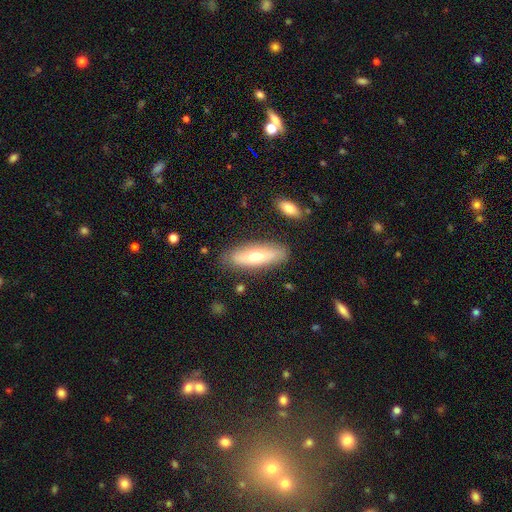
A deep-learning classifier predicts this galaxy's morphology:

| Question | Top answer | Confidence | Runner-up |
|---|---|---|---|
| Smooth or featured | smooth | 58% | featured or disk (35%) |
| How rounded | in between | 53% | cigar-shaped (45%) |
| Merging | none | 82% | minor disturbance (12%) |